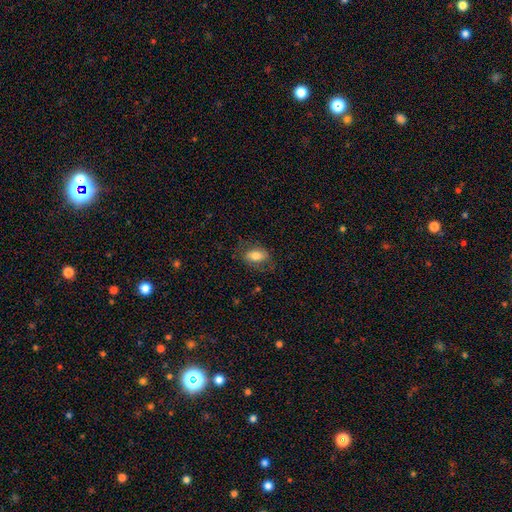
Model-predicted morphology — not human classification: Q: Smooth or featured?
A: smooth (70%); runner-up: featured or disk (22%)
Q: How rounded?
A: in between (88%); runner-up: round (9%)
Q: Merging?
A: none (69%); runner-up: minor disturbance (20%)